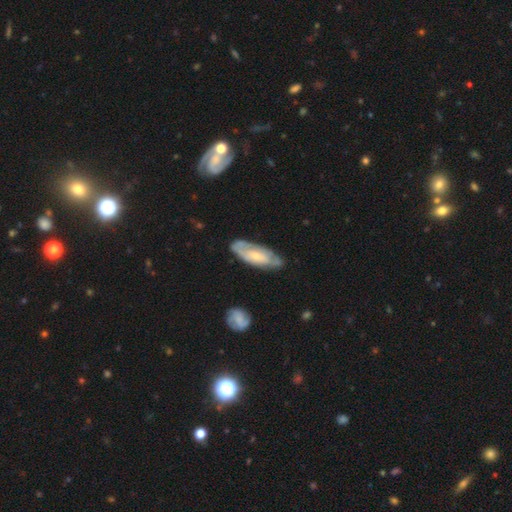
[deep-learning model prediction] Smooth or featured: featured or disk — 57% (smooth — 37%)
Edge-on disk: no — 82% (yes — 18%)
Merging: none — 70% (minor disturbance — 23%)